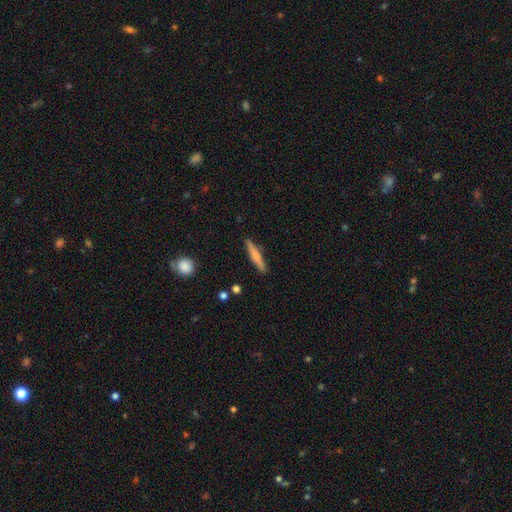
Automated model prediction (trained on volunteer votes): This is possibly a smooth galaxy (56%). How rounded: clearly cigar-shaped (91%). Merging: clearly none (88%).